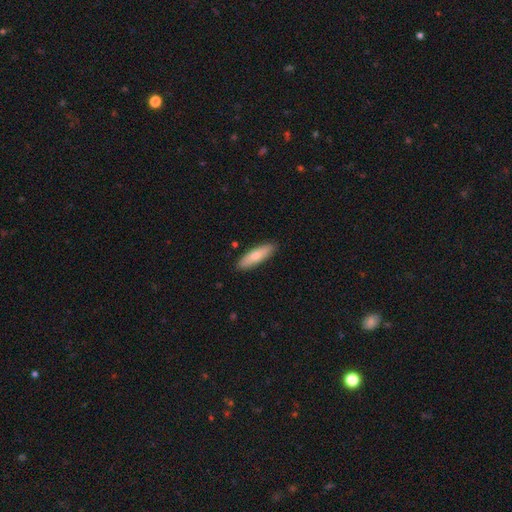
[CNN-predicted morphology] A smooth galaxy with no disk features (74%) that is cigar-shaped (62%). Merging: none (89%).